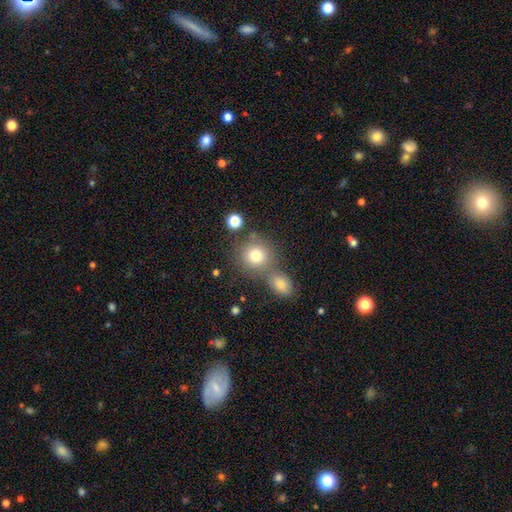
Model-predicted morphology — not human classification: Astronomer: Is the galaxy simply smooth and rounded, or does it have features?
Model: smooth — 77%.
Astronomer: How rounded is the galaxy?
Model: round — 86%.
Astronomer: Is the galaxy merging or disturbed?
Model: none — 58%.